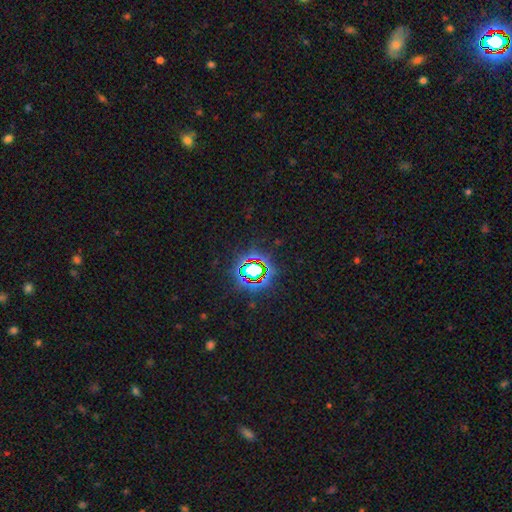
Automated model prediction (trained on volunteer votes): Overall: star or artifact (80%).